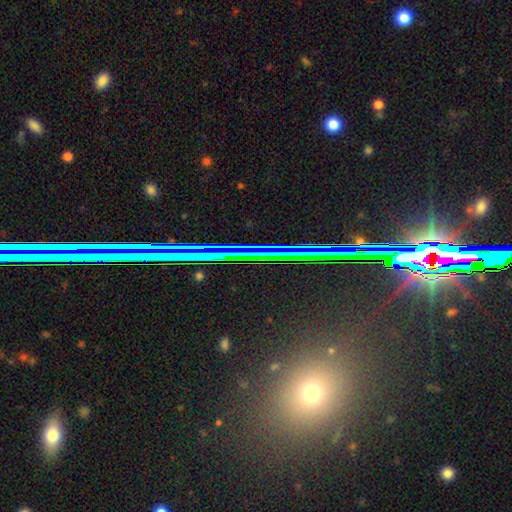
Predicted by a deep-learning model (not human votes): smooth-or-featured: star or artifact: 72% | featured or disk: 15% | smooth: 13%